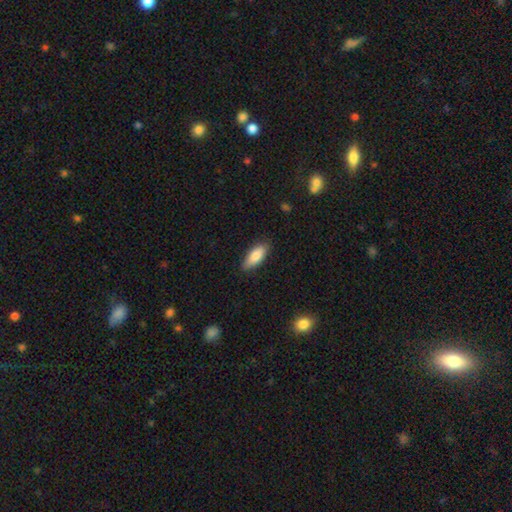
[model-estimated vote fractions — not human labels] A smooth galaxy with no disk features (83%) that is in between round and cigar-shaped (77%). Merging: none (84%).